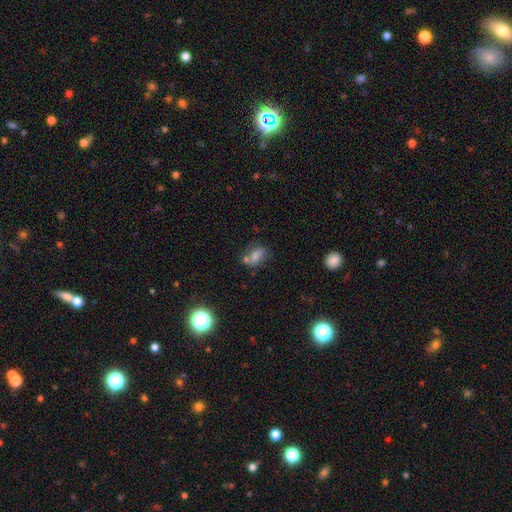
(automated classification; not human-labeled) smooth_or_featured: smooth (p=0.64) [alt: star or artifact p=0.18]
how_rounded: in between (p=0.70) [alt: round p=0.27]
merging: none (p=0.47) [alt: merger p=0.29]